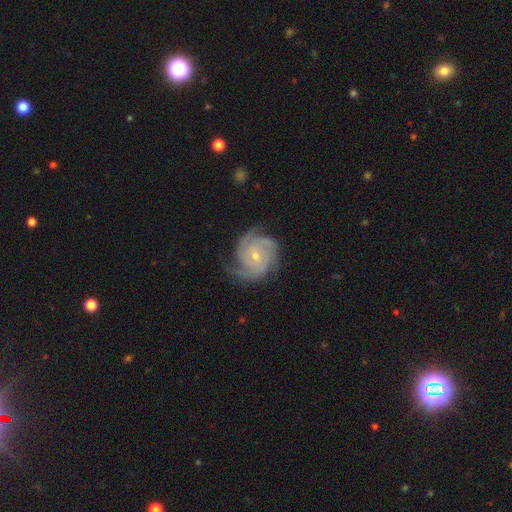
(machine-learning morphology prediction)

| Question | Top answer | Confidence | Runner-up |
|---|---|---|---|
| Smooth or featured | featured or disk | 89% | smooth (7%) |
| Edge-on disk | no | 98% | yes (2%) |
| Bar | no | 59% | weak (34%) |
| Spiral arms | yes | 98% | no (2%) |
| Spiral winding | tight | 62% | medium (32%) |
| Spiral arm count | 3 | 47% | 4 (16%) |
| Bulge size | small | 64% | moderate (33%) |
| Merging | none | 72% | minor disturbance (20%) |